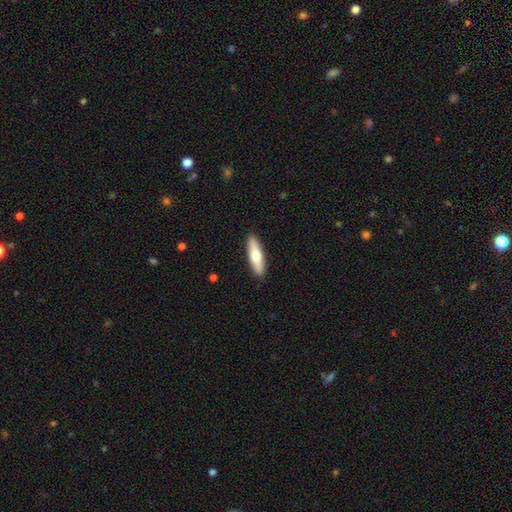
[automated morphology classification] Smooth or featured? Predicted: smooth (p=0.64). How rounded? Predicted: cigar-shaped (p=0.70). Merging? Predicted: none (p=0.90).